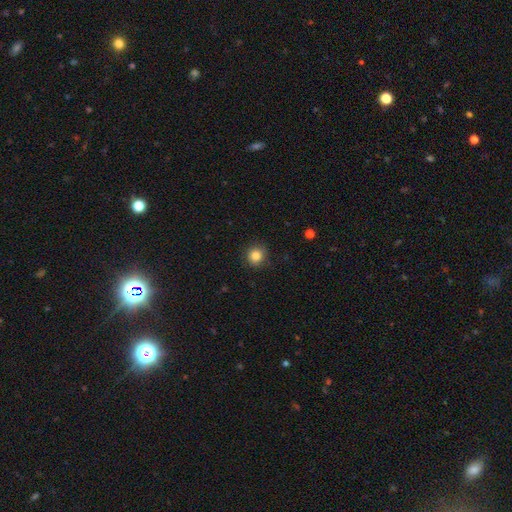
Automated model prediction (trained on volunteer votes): Smooth or featured? smooth (84%)
How rounded? round (89%)
Merging? none (87%)